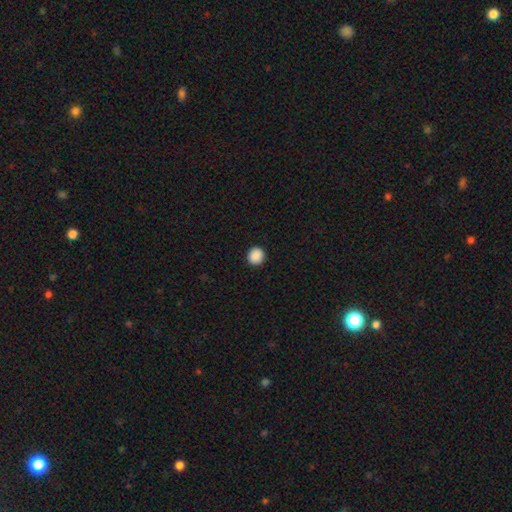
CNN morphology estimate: smooth_or_featured: smooth (p=0.89) [alt: star or artifact p=0.09]
how_rounded: round (p=0.89) [alt: in between p=0.10]
merging: none (p=0.93) [alt: minor disturbance p=0.05]